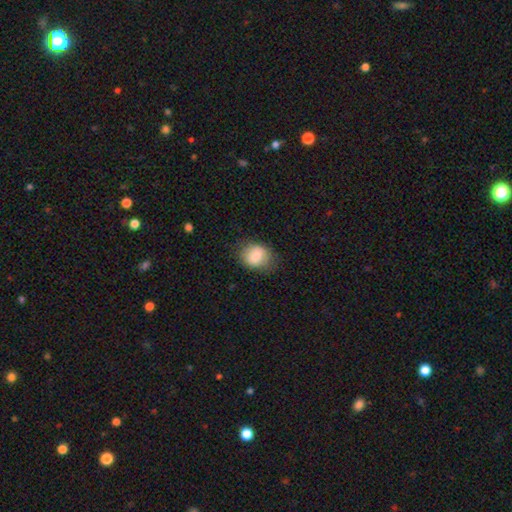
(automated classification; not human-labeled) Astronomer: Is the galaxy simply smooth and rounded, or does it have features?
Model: smooth — 81%.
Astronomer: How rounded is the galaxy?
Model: in between — 54% (runner-up: round, 45%).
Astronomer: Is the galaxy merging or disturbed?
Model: none — 75%.